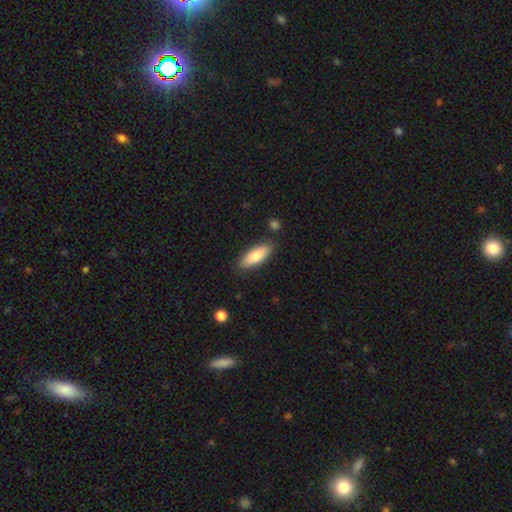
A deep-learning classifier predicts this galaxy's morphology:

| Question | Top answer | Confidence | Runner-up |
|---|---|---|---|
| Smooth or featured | smooth | 81% | featured or disk (14%) |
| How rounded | in between | 66% | cigar-shaped (32%) |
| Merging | none | 84% | minor disturbance (11%) |